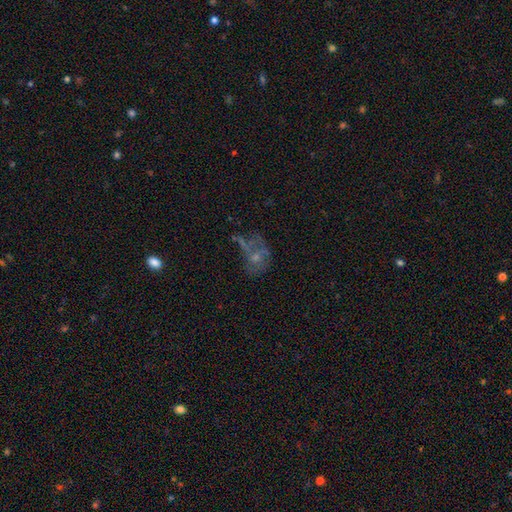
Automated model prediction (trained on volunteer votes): This is possibly a featured or disk galaxy (51%). It is clearly not viewed edge-on (97%). Merging: marginally major disturbance (36%).